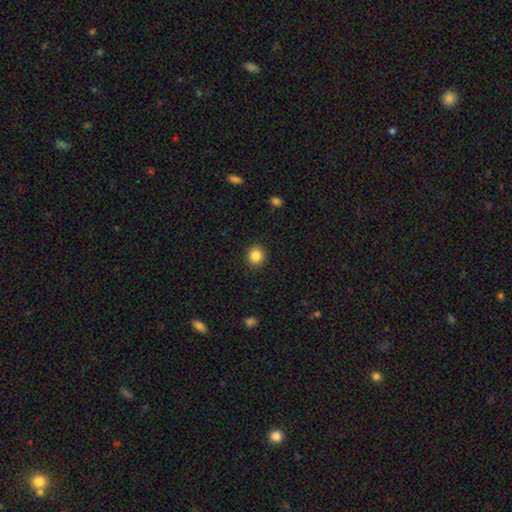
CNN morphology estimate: Overall: smooth (85%). How rounded: round (86%). Merging: none (91%).